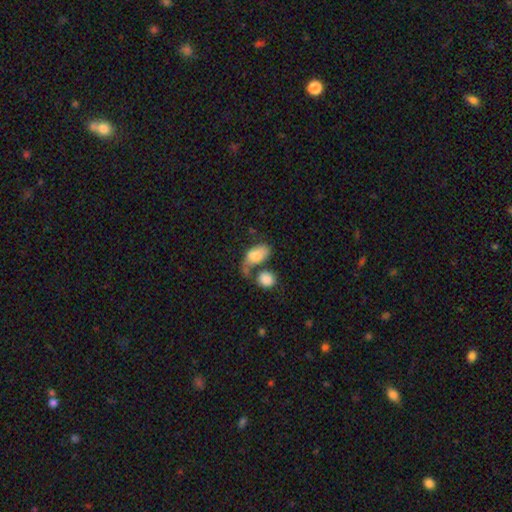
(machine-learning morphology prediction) Smooth or featured?
  - smooth: 78% *
  - featured or disk: 15%
  - star or artifact: 8%
How rounded?
  - in between: 87% *
  - round: 10%
  - cigar-shaped: 3%
Merging?
  - merger: 40% *
  - none: 24%
  - major disturbance: 19%
  - minor disturbance: 17%